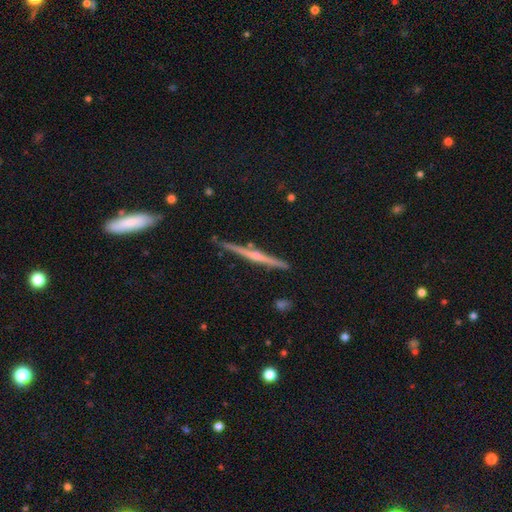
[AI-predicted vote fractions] Morphology: type=featured or disk (76%); edge-on=yes (98%); edge-on bulge=rounded (66%); merging=none (88%).